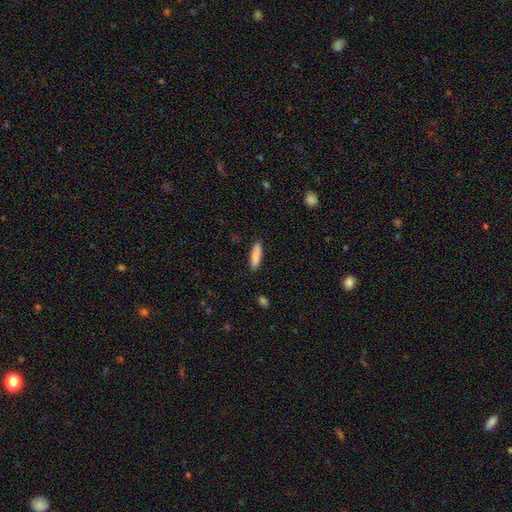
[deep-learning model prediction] smooth-or-featured: smooth: 85% | featured or disk: 9% | star or artifact: 6%
  how-rounded: cigar-shaped: 72% | in between: 27% | round: 1%
  merging: none: 89% | minor disturbance: 8% | major disturbance: 2% | merger: 1%